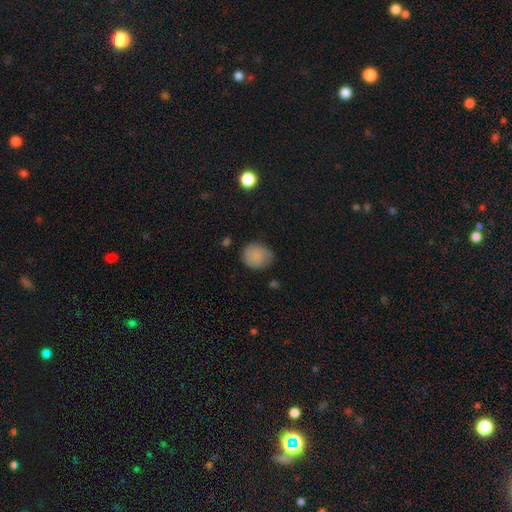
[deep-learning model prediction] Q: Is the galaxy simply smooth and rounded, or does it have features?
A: smooth — 82%.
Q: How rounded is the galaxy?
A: round — 73%.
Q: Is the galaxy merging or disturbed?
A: none — 69%.